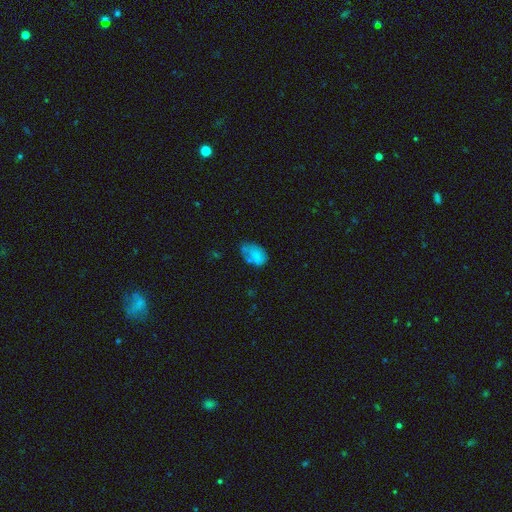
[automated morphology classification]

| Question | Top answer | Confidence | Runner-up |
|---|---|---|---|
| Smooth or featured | smooth | 74% | featured or disk (16%) |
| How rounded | in between | 86% | round (13%) |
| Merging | none | 43% | minor disturbance (33%) |